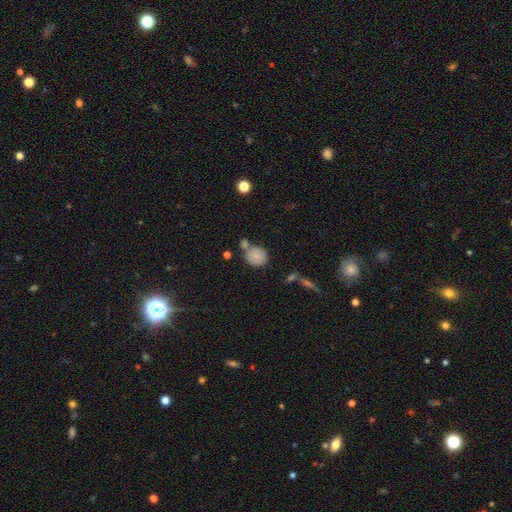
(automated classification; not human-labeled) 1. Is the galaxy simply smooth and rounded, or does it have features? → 81% smooth, 10% featured or disk, 9% star or artifact.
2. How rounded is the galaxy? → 83% round, 16% in between, 1% cigar-shaped.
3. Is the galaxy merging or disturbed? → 58% none, 24% merger, 14% minor disturbance, 4% major disturbance.